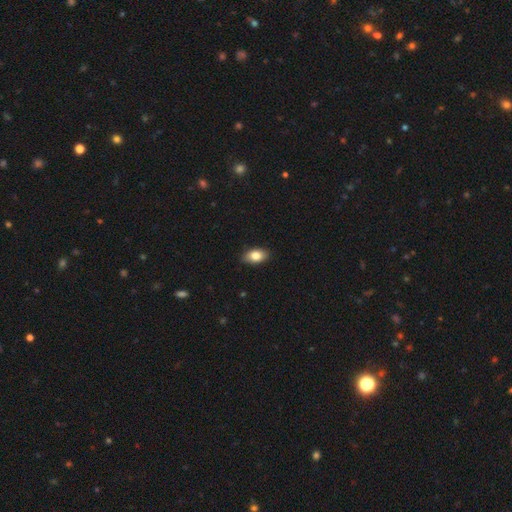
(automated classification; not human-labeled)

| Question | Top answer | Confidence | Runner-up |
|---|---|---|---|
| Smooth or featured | smooth | 83% | featured or disk (9%) |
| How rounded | in between | 90% | round (8%) |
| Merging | none | 87% | minor disturbance (10%) |